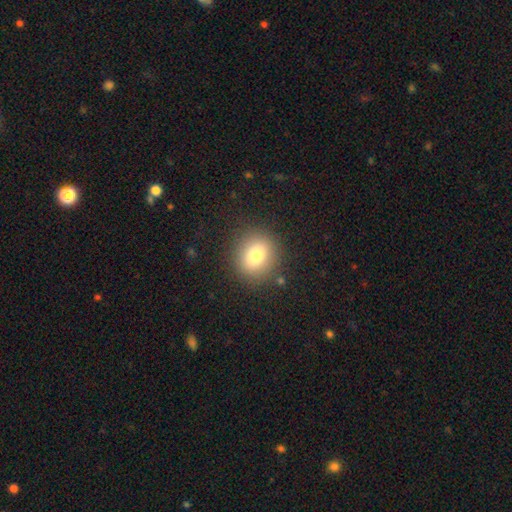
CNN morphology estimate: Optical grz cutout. It shows a smooth galaxy with no disk features (78%) that is round (75%). Merging: none (87%).